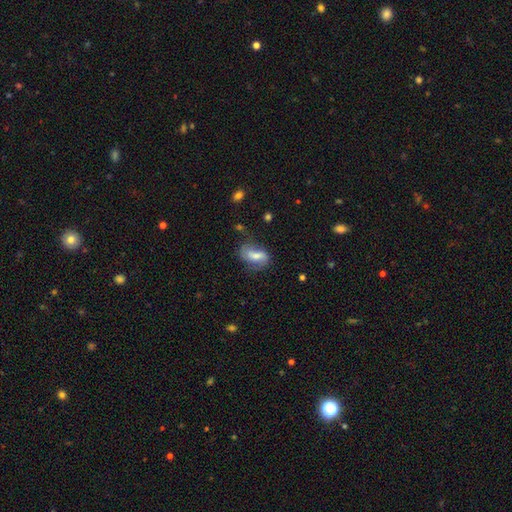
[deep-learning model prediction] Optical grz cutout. It shows a smooth galaxy with no disk features (50%). Merging: none (49%).